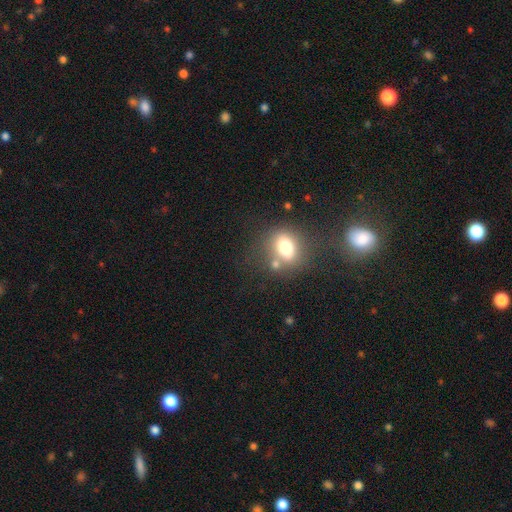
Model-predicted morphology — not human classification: smooth 56%, star or artifact 28%, featured or disk 16%. Down the decision tree: how rounded — round (51%); merging — none (54%).